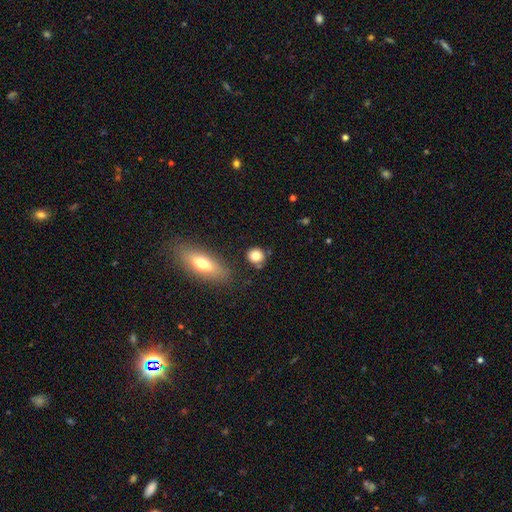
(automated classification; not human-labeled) This appears to be a smooth galaxy with no disk features (81%) that is round (83%). Merging: none (78%).